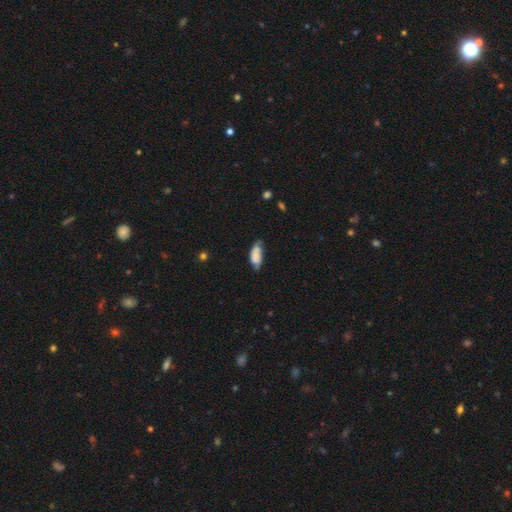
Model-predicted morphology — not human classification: Overall: smooth (67%). How rounded: in between (83%). Merging: none (44%; minor disturbance 37%).